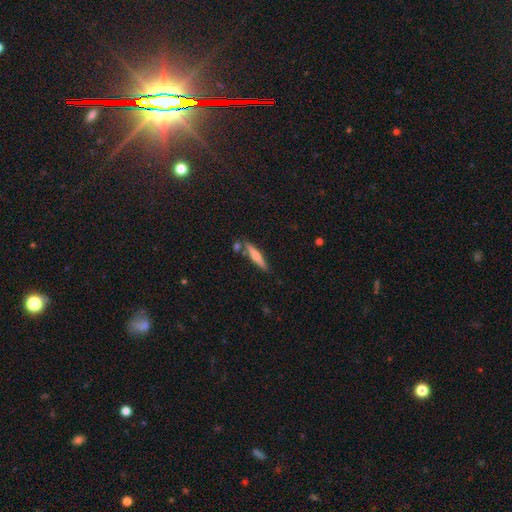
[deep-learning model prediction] A featured or disk galaxy (48%).

Vote fractions:
- Smooth or featured? featured or disk: 48% / smooth: 46% / star or artifact: 6%
- Merging? none: 79% / minor disturbance: 10% / merger: 8% / major disturbance: 2%